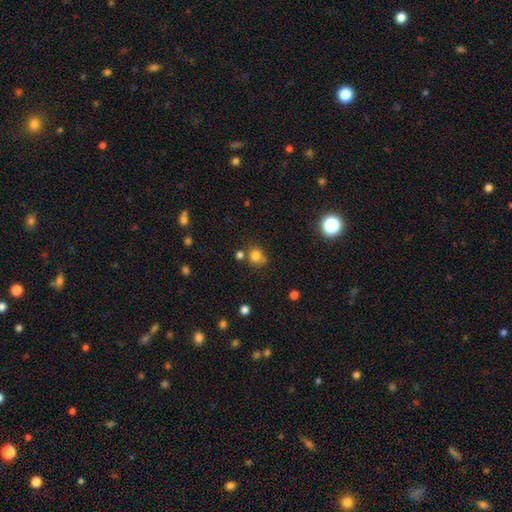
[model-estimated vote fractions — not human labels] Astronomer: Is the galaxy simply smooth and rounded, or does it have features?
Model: smooth — 78%.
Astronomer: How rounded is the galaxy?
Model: round — 81%.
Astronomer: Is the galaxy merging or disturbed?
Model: none — 63%.